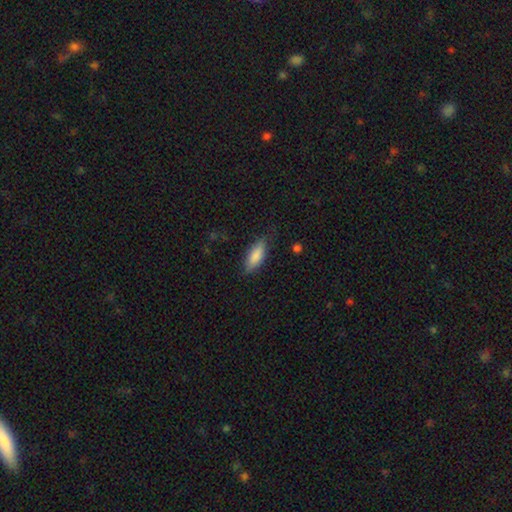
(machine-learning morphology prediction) Smooth or featured? Predicted: smooth (p=0.81). How rounded? Predicted: in between (p=0.68). Merging? Predicted: none (p=0.76).